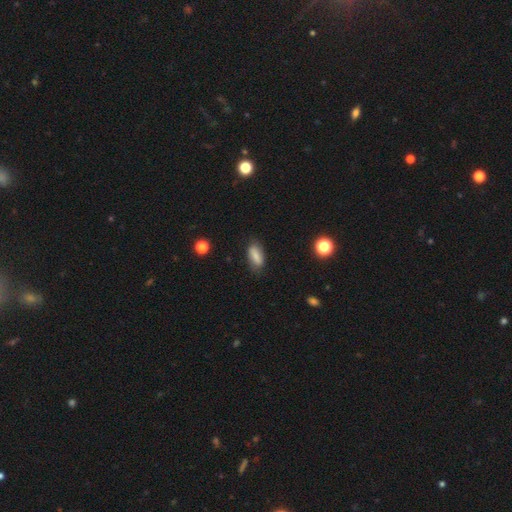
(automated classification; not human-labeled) smooth 78%, featured or disk 14%, star or artifact 8%. Down the decision tree: how rounded — in between (80%); merging — none (78%).